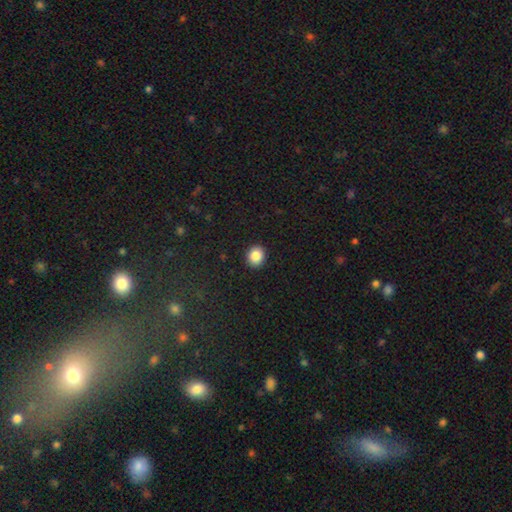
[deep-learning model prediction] smooth-or-featured: smooth: 86% | star or artifact: 9% | featured or disk: 5%
  how-rounded: round: 71% | in between: 28% | cigar-shaped: 1%
  merging: none: 92% | minor disturbance: 6% | major disturbance: 2% | merger: 1%